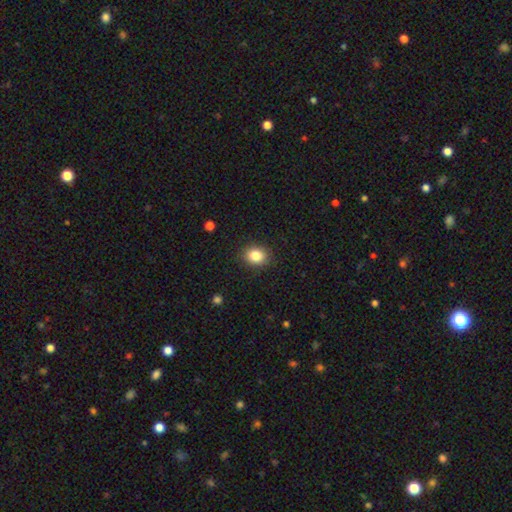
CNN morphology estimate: Smooth or featured: smooth — 84% (star or artifact — 10%)
How rounded: round — 59% (in between — 40%)
Merging: none — 89% (minor disturbance — 8%)